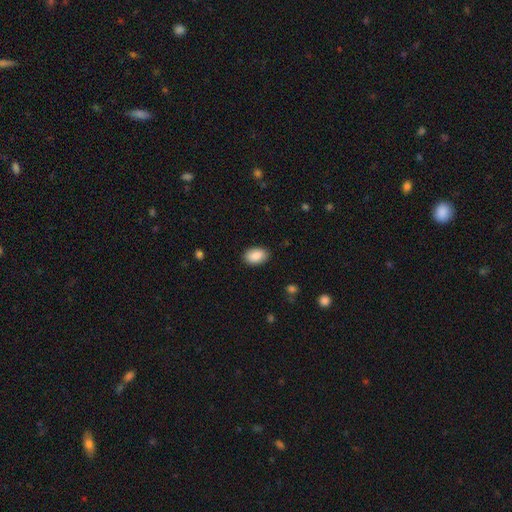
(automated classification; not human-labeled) smooth-or-featured: smooth: 88% | star or artifact: 7% | featured or disk: 5%
  how-rounded: in between: 90% | round: 8% | cigar-shaped: 1%
  merging: none: 87% | minor disturbance: 9% | major disturbance: 2% | merger: 1%